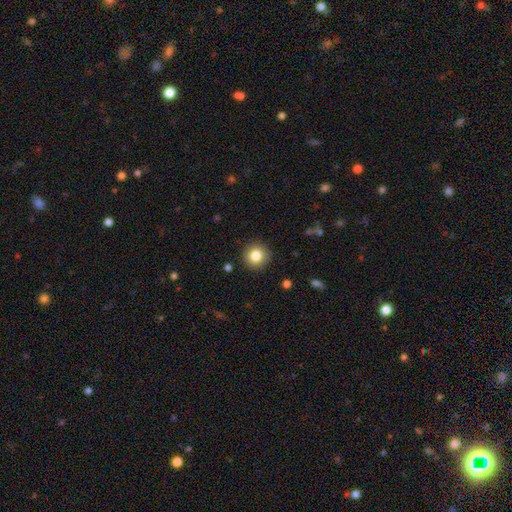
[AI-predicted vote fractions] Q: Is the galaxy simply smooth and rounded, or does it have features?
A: smooth — 82%.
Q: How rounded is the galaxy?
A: round — 94%.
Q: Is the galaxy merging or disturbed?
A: none — 91%.